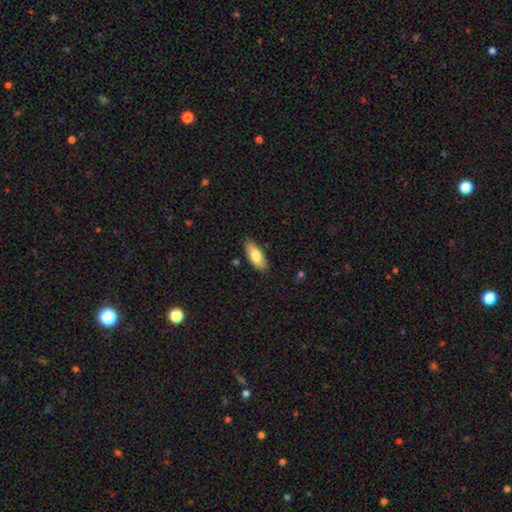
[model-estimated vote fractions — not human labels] This is clearly a smooth galaxy (81%). How rounded: likely in between (80%). Merging: clearly none (85%).